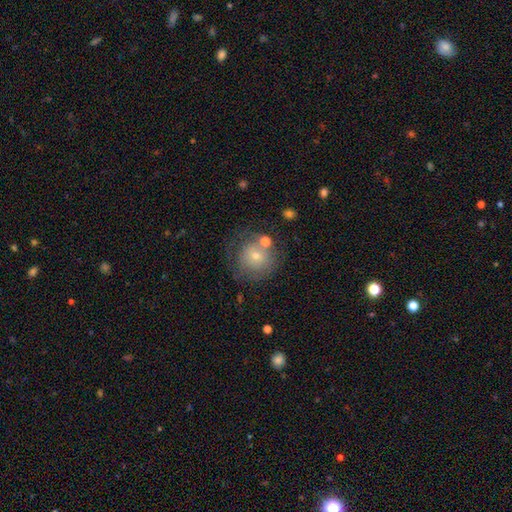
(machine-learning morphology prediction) Smooth or featured?
  - smooth: 63% *
  - featured or disk: 26%
  - star or artifact: 11%
How rounded?
  - round: 91% *
  - in between: 8%
  - cigar-shaped: 1%
Merging?
  - none: 60% *
  - minor disturbance: 18%
  - major disturbance: 11%
  - merger: 10%